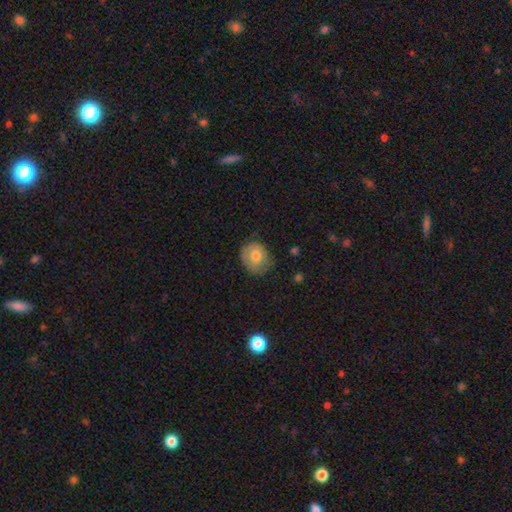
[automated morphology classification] Smooth or featured?
  - smooth: 69% *
  - featured or disk: 24%
  - star or artifact: 7%
How rounded?
  - round: 64% *
  - in between: 35%
  - cigar-shaped: 1%
Merging?
  - none: 59% *
  - minor disturbance: 31%
  - major disturbance: 9%
  - merger: 1%